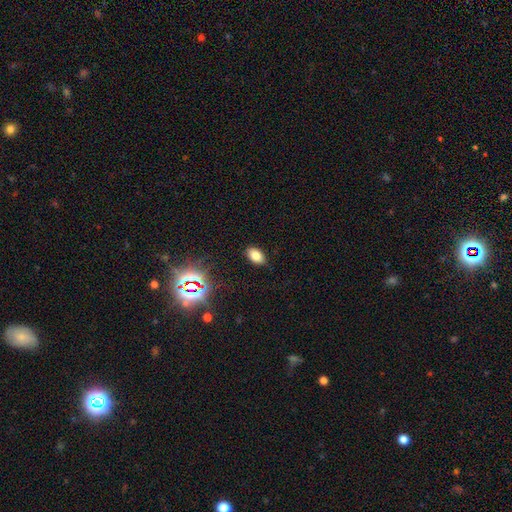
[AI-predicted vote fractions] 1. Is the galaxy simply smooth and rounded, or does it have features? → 77% smooth, 15% star or artifact, 7% featured or disk.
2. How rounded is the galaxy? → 91% in between, 7% round, 2% cigar-shaped.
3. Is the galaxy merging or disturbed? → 87% none, 10% minor disturbance, 3% major disturbance, 1% merger.